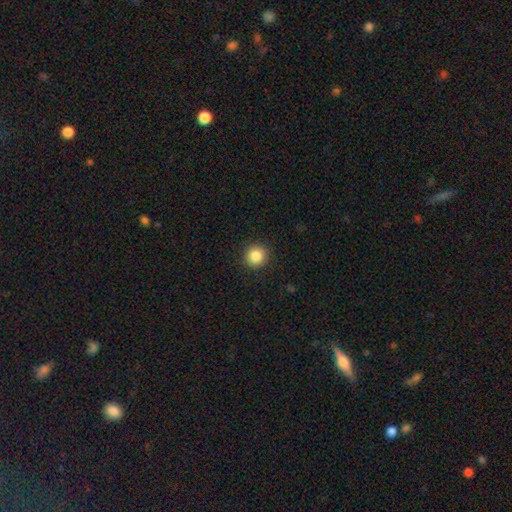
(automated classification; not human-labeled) Smooth or featured?
  - smooth: 86% *
  - star or artifact: 10%
  - featured or disk: 4%
How rounded?
  - round: 93% *
  - in between: 6%
  - cigar-shaped: 1%
Merging?
  - none: 92% *
  - minor disturbance: 6%
  - major disturbance: 2%
  - merger: 1%